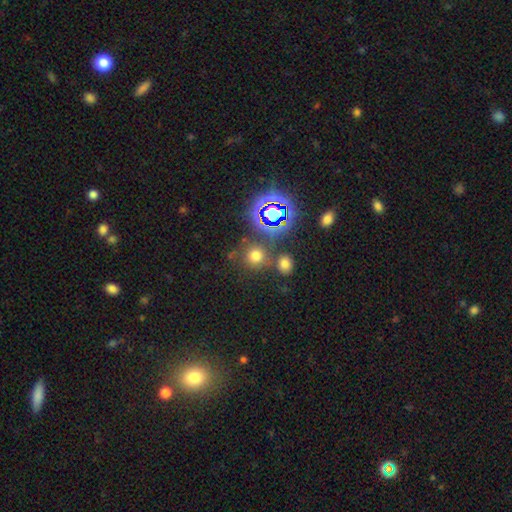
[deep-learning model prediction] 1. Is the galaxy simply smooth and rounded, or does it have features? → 60% smooth, 32% star or artifact, 8% featured or disk.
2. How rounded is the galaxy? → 89% round, 10% in between, 1% cigar-shaped.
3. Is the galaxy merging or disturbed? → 72% none, 14% merger, 9% minor disturbance, 5% major disturbance.